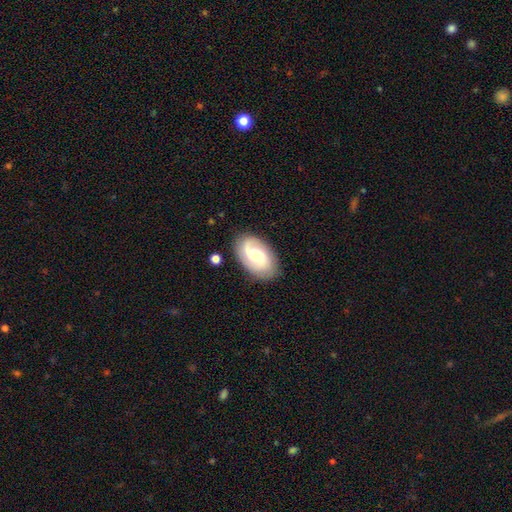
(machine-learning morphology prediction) A featured or disk galaxy (64%) with no bar (55%), 2 (63%) medium (44%) spiral arms (94%) and a small central bulge (38%).

Vote fractions:
- Smooth or featured? featured or disk: 64% / smooth: 30% / star or artifact: 7%
- Edge-on disk? no: 97% / yes: 3%
- Bar? no: 55% / weak: 38% / strong: 7%
- Spiral arms? yes: 94% / no: 6%
- Spiral winding? medium: 44% / tight: 31% / loose: 25%
- Spiral arm count? 2: 63% / 1: 13% / can't tell: 13% / 3: 7% / 4: 2% / more than 4: 2%
- Bulge size? small: 38% / moderate: 30% / large: 14% / none: 14% / dominant: 4%
- Merging? none: 79% / minor disturbance: 14% / major disturbance: 5% / merger: 2%